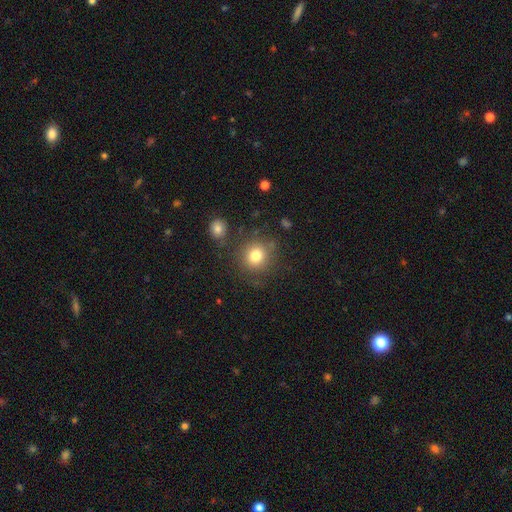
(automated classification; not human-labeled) Smooth or featured: smooth — 80% (star or artifact — 12%)
How rounded: round — 88% (in between — 11%)
Merging: none — 80% (minor disturbance — 11%)